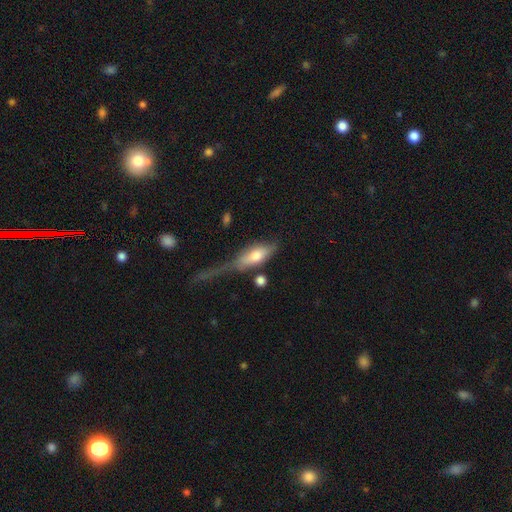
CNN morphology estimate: smooth 61%, featured or disk 32%, star or artifact 7%. Down the decision tree: how rounded — in between (69%); merging — major disturbance (34%).